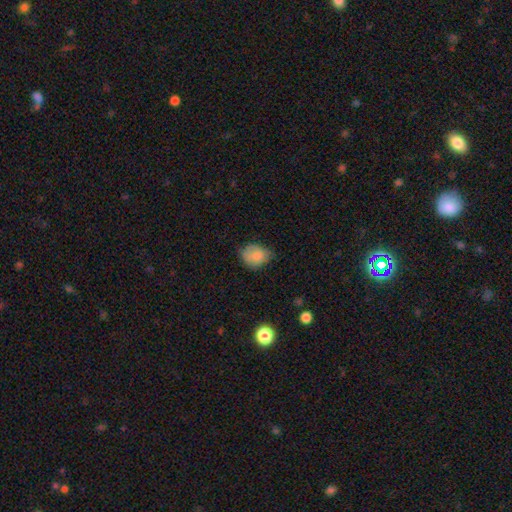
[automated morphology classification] A smooth galaxy with no disk features (80%) that is in between round and cigar-shaped (56%).

Vote fractions:
- Smooth or featured? smooth: 80% / featured or disk: 11% / star or artifact: 9%
- How rounded? in between: 56% / round: 43% / cigar-shaped: 1%
- Merging? none: 52% / minor disturbance: 36% / major disturbance: 9% / merger: 2%